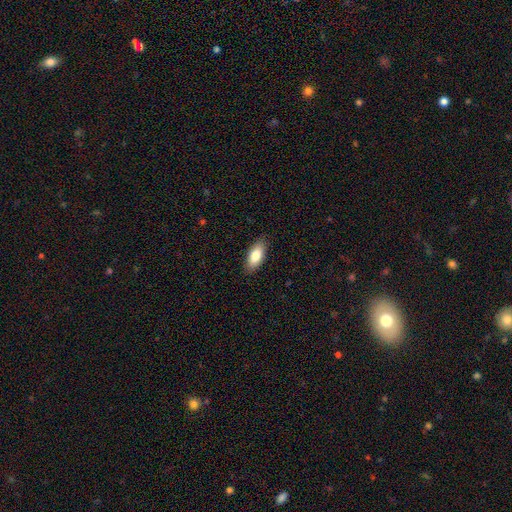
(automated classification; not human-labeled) This is clearly a smooth galaxy (82%). How rounded: clearly in between (84%). Merging: clearly none (88%).